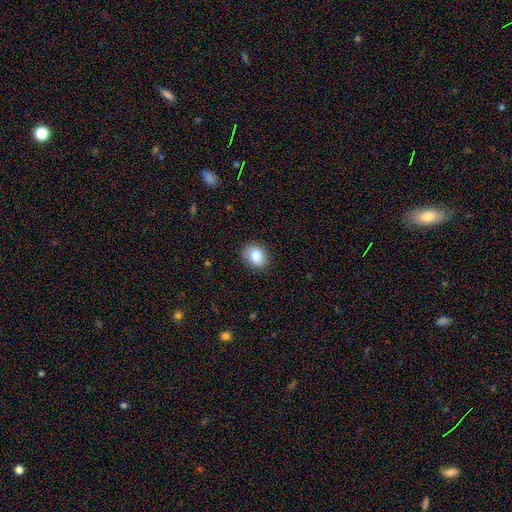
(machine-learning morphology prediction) The model was most divided on "how rounded": in between: 52%, round: 47%, cigar-shaped: 1%. More confident: smooth or featured — smooth (83%); merging — none (83%).